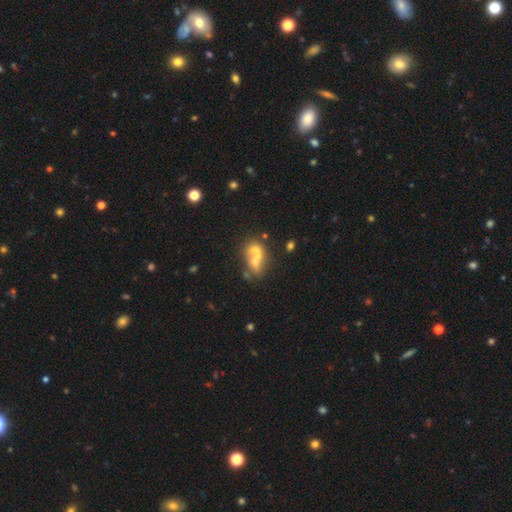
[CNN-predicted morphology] smooth 56%, featured or disk 32%, star or artifact 12%. Down the decision tree: how rounded — in between (57%); merging — merger (65%).